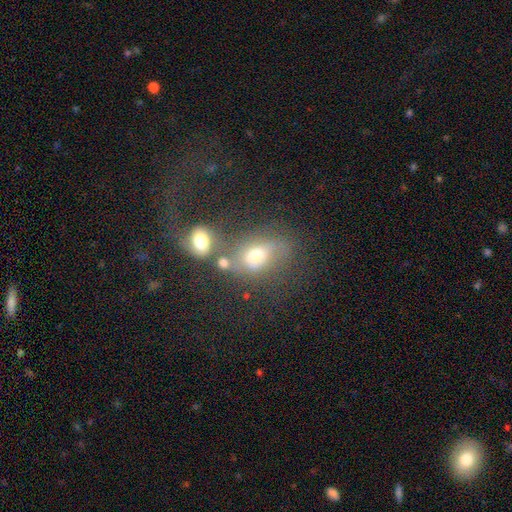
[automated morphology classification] Q: Smooth or featured?
A: smooth (54%); runner-up: featured or disk (32%)
Q: How rounded?
A: in between (67%); runner-up: round (30%)
Q: Merging?
A: merger (45%); runner-up: none (27%)